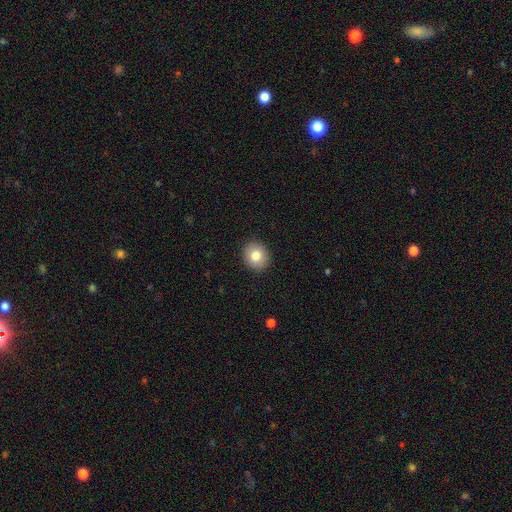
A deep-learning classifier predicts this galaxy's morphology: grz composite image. It shows a smooth galaxy with no disk features (81%) that is round (76%). Merging: none (91%).